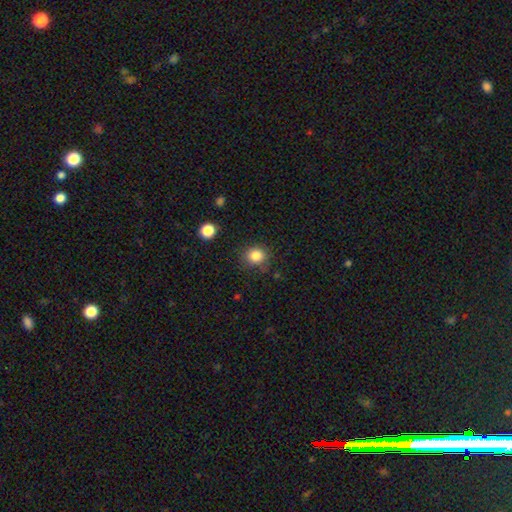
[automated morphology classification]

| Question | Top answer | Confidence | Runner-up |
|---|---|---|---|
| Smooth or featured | smooth | 84% | star or artifact (11%) |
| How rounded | round | 81% | in between (19%) |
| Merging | none | 81% | minor disturbance (13%) |